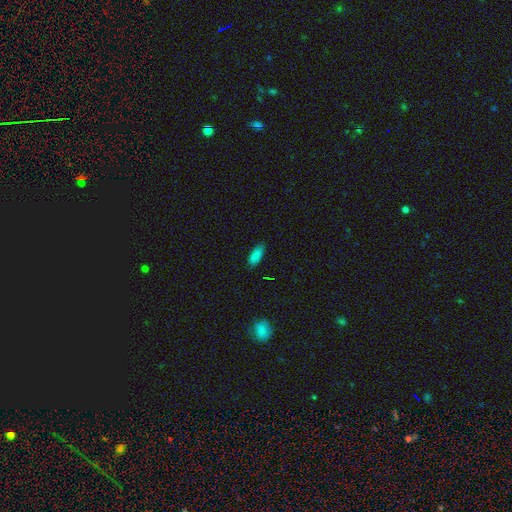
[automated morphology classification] The model was most divided on "how rounded": in between: 77%, cigar-shaped: 21%, round: 2%. More confident: smooth or featured — smooth (86%); merging — none (84%).